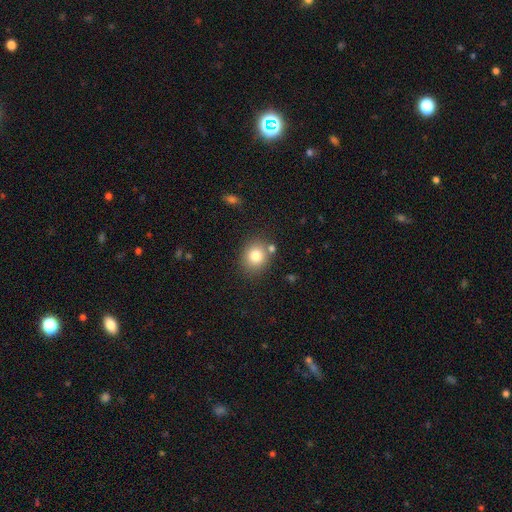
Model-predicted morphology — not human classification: The model was most divided on "how rounded": round: 76%, in between: 23%, cigar-shaped: 1%. More confident: smooth or featured — smooth (81%); merging — none (78%).